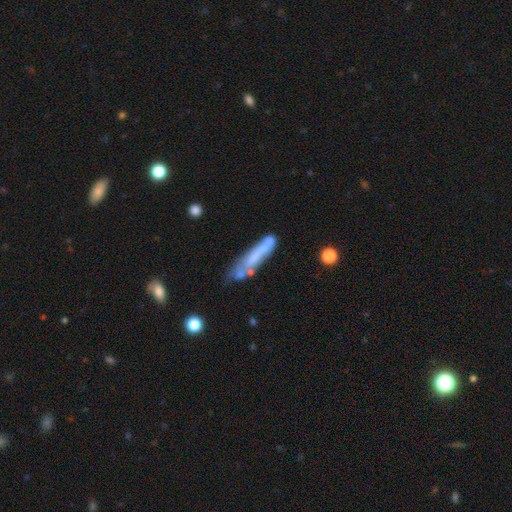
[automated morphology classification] This appears to be a smooth galaxy with no disk features (50%). Merging: none (48%).